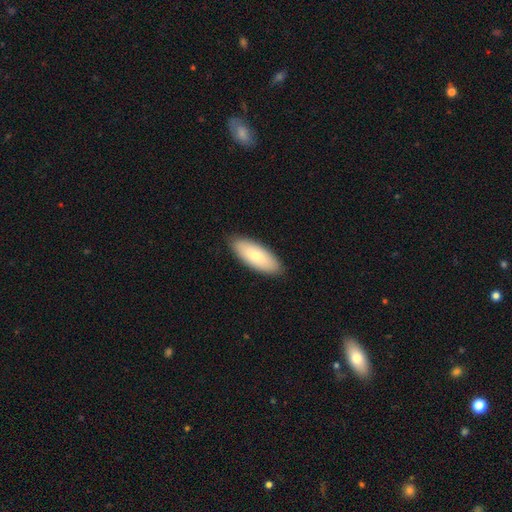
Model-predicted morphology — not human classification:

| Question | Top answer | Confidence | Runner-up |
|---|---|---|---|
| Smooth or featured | smooth | 74% | featured or disk (21%) |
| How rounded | in between | 77% | cigar-shaped (22%) |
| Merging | none | 88% | minor disturbance (9%) |